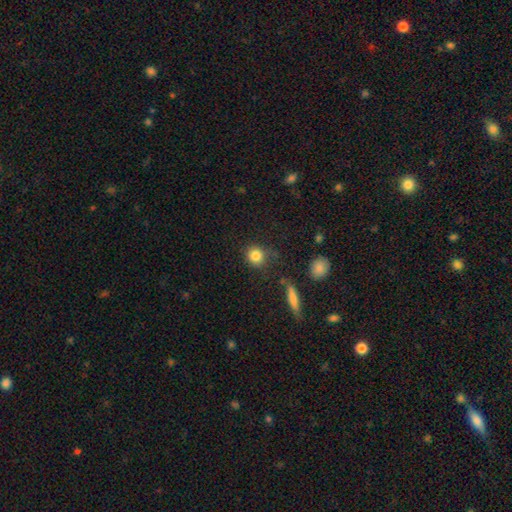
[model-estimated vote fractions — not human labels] smooth_or_featured: smooth (p=0.84) [alt: star or artifact p=0.10]
how_rounded: round (p=0.86) [alt: in between p=0.12]
merging: none (p=0.76) [alt: minor disturbance p=0.14]